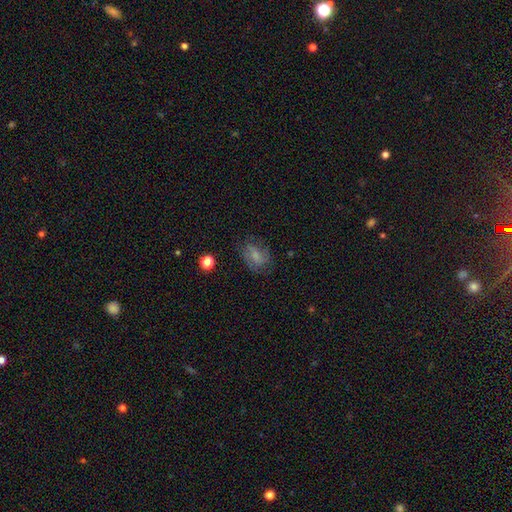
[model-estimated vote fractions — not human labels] Q: Smooth or featured?
A: smooth (50%); runner-up: featured or disk (39%)
Q: Merging?
A: none (65%); runner-up: minor disturbance (21%)